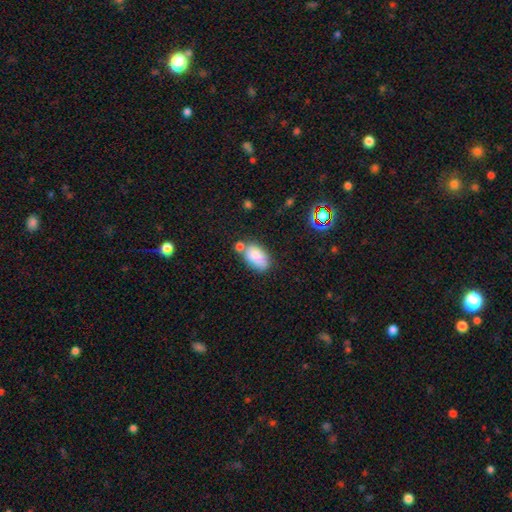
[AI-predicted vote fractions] This is clearly a smooth galaxy (82%). How rounded: clearly in between (92%). Merging: possibly none (56%).